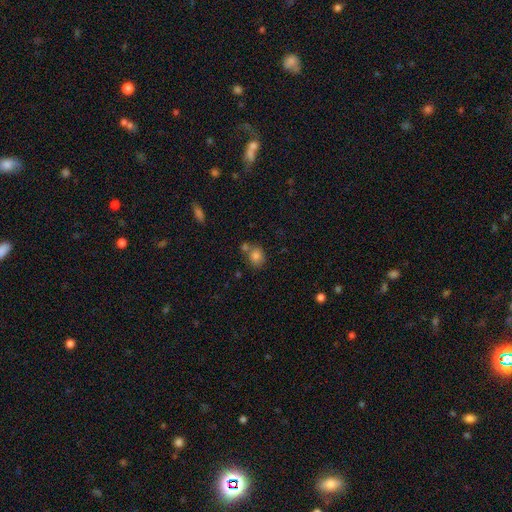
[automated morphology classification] Q: Smooth or featured?
A: smooth (82%); runner-up: star or artifact (10%)
Q: How rounded?
A: round (64%); runner-up: in between (35%)
Q: Merging?
A: none (59%); runner-up: merger (25%)